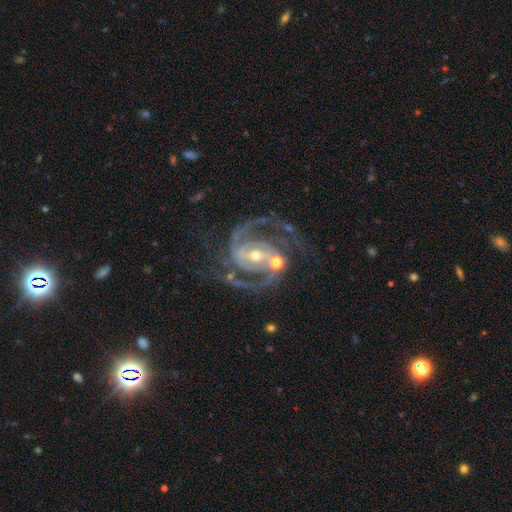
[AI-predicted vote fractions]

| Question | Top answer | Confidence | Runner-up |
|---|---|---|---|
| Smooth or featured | featured or disk | 93% | star or artifact (5%) |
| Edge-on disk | no | 98% | yes (2%) |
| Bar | strong | 42% | weak (39%) |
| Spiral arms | yes | 99% | no (1%) |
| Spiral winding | medium | 58% | tight (32%) |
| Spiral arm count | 2 | 75% | 3 (14%) |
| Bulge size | small | 52% | moderate (44%) |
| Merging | none | 65% | minor disturbance (17%) |